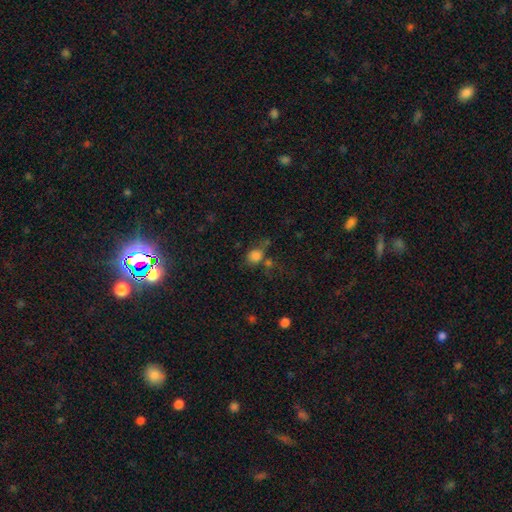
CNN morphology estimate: smooth_or_featured: smooth (p=0.78) [alt: star or artifact p=0.15]
how_rounded: round (p=0.72) [alt: in between p=0.26]
merging: none (p=0.47) [alt: merger p=0.21]